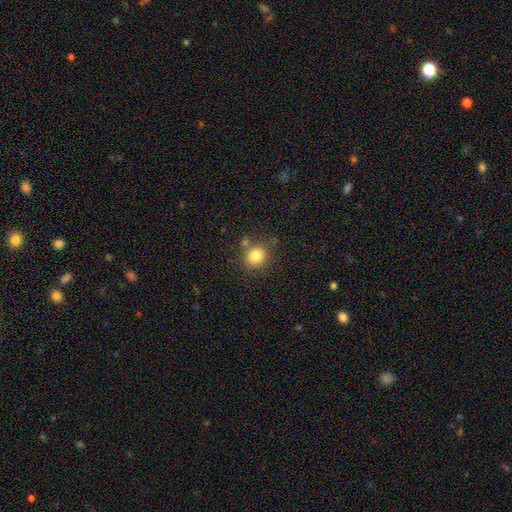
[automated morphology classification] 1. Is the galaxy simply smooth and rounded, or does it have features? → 82% smooth, 11% star or artifact, 7% featured or disk.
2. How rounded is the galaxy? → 84% round, 15% in between, 1% cigar-shaped.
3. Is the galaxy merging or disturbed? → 72% none, 12% minor disturbance, 12% merger, 4% major disturbance.